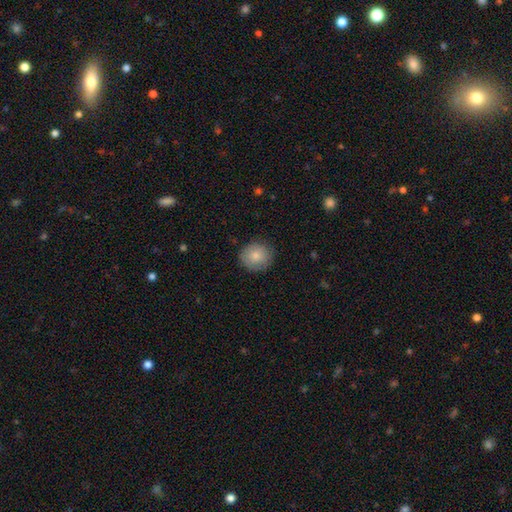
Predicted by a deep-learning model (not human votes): Q: Smooth or featured?
A: smooth (81%); runner-up: featured or disk (12%)
Q: How rounded?
A: round (84%); runner-up: in between (15%)
Q: Merging?
A: none (84%); runner-up: minor disturbance (12%)